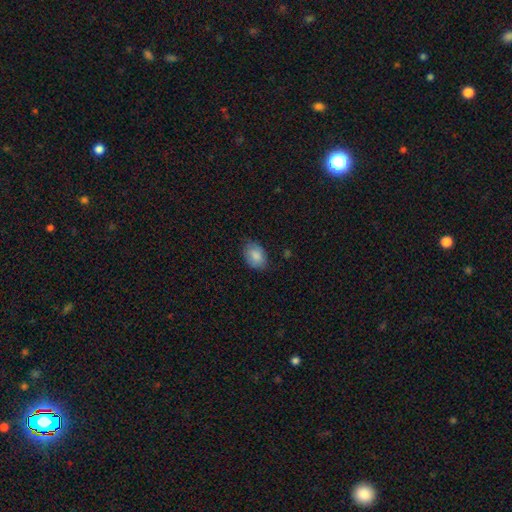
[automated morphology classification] Q: Smooth or featured?
A: smooth (86%); runner-up: featured or disk (7%)
Q: How rounded?
A: in between (83%); runner-up: round (16%)
Q: Merging?
A: none (76%); runner-up: minor disturbance (19%)